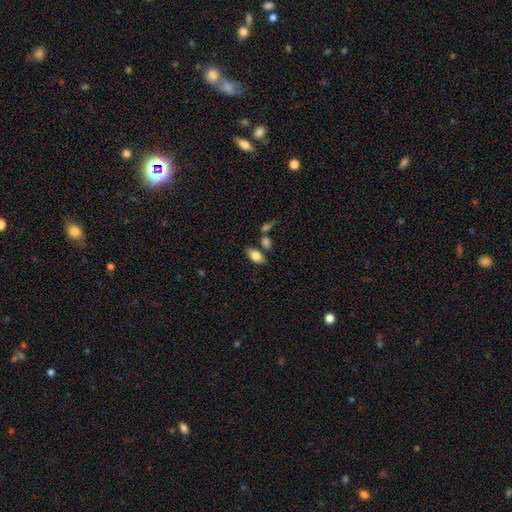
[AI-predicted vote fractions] Q: Smooth or featured?
A: smooth (77%); runner-up: featured or disk (15%)
Q: How rounded?
A: in between (89%); runner-up: cigar-shaped (6%)
Q: Merging?
A: none (73%); runner-up: minor disturbance (13%)